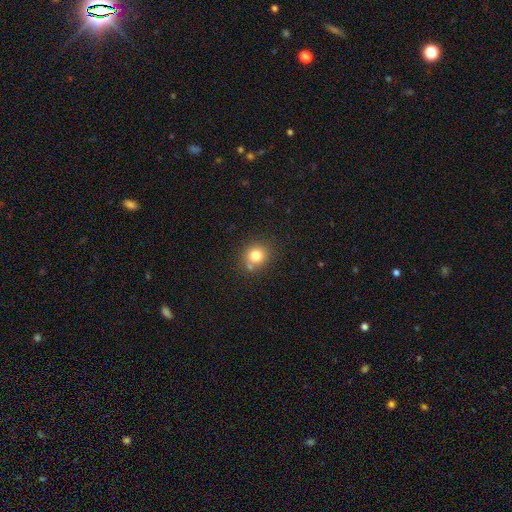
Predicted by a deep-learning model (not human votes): A smooth galaxy with no disk features (79%) that is round (83%). Merging: none (72%).